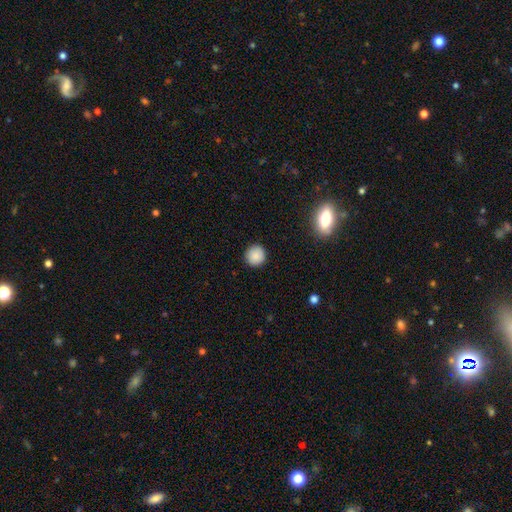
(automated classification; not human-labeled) smooth_or_featured: smooth (p=0.88) [alt: star or artifact p=0.09]
how_rounded: round (p=0.94) [alt: in between p=0.05]
merging: none (p=0.92) [alt: minor disturbance p=0.05]